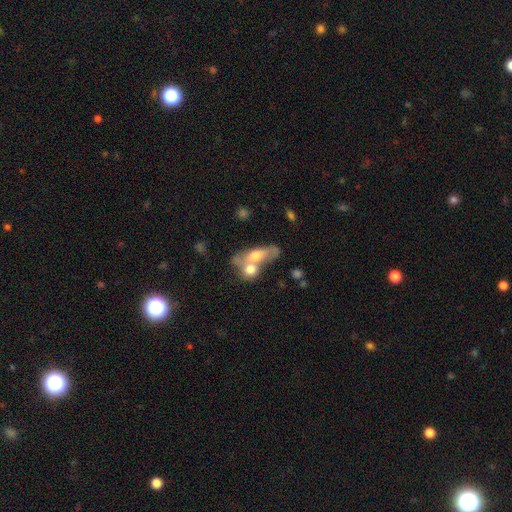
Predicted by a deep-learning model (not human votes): smooth 58%, featured or disk 33%, star or artifact 8%. Down the decision tree: how rounded — in between (57%); merging — merger (66%).